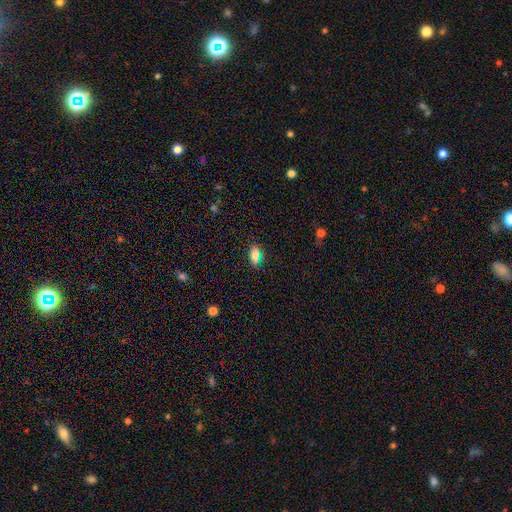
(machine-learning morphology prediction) Smooth or featured? Predicted: smooth (p=0.73). How rounded? Predicted: in between (p=0.82). Merging? Predicted: none (p=0.84).